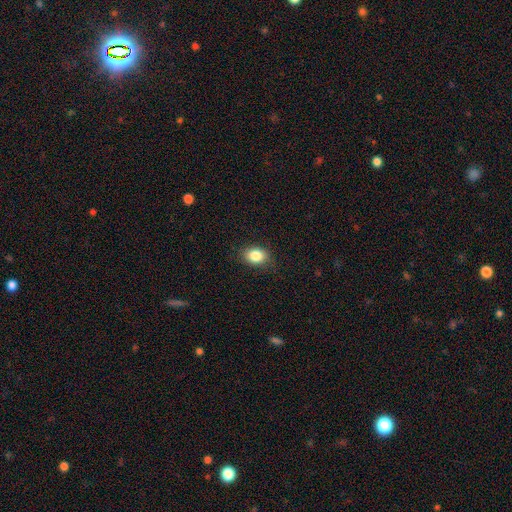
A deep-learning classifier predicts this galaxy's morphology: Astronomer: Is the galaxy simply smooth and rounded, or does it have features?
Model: smooth — 85%.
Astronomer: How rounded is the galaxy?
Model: in between — 66%.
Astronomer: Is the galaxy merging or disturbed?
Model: none — 85%.